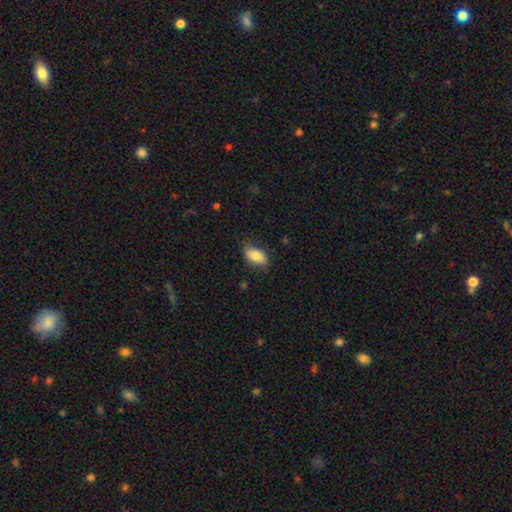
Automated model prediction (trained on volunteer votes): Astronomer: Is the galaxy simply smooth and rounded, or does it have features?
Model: smooth — 80%.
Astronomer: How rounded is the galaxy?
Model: in between — 92%.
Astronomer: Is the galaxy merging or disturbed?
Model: none — 73%.